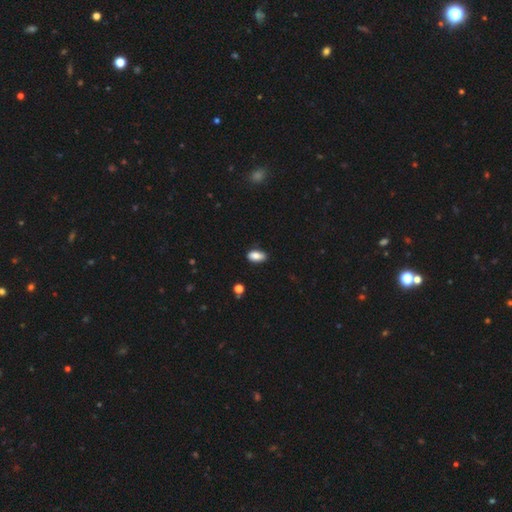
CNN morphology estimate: This appears to be a smooth galaxy with no disk features (84%) that is in between round and cigar-shaped (91%). Merging: none (78%).